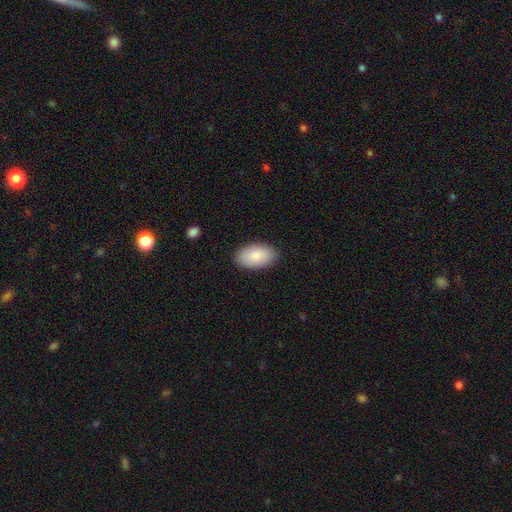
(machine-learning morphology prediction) Smooth or featured?
  - smooth: 87% *
  - featured or disk: 7%
  - star or artifact: 6%
How rounded?
  - in between: 95% *
  - round: 3%
  - cigar-shaped: 1%
Merging?
  - none: 88% *
  - minor disturbance: 9%
  - major disturbance: 2%
  - merger: 1%